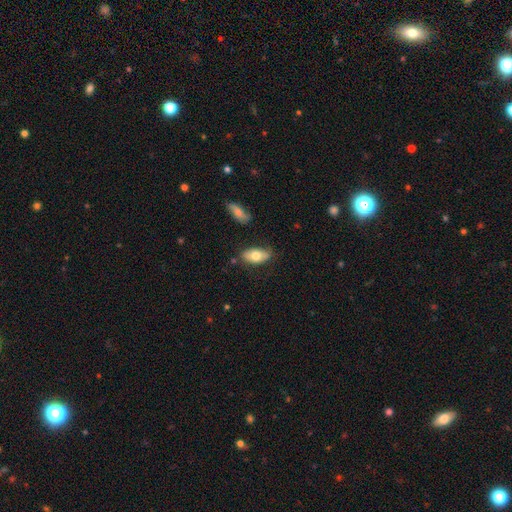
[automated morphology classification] This is likely a smooth galaxy (70%). How rounded: clearly in between (89%). Merging: likely none (74%).